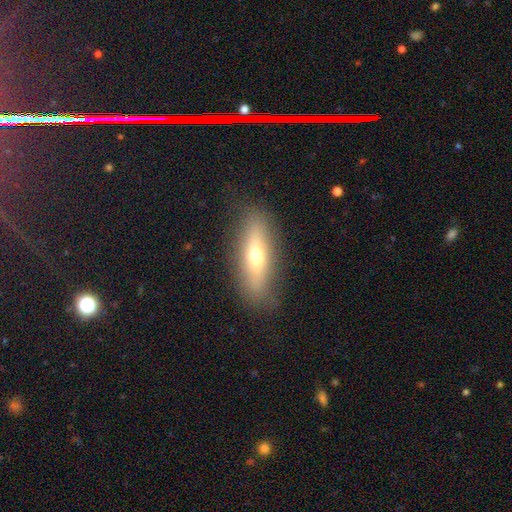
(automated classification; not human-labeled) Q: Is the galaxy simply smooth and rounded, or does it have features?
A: smooth — 51%.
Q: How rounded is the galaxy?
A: cigar-shaped — 53%.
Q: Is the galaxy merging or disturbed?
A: none — 84%.